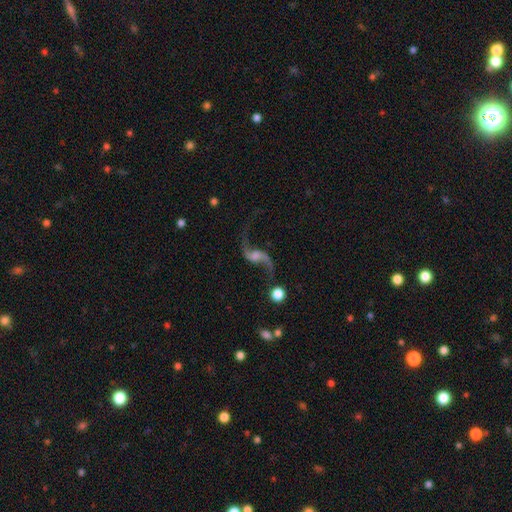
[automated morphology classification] Smooth or featured? featured or disk (89%)
Edge-on disk? no (95%)
Bar? no (49%)
Spiral arms? yes (96%)
Spiral winding? loose (93%)
Spiral arm count? 2 (94%)
Bulge size? small (36%)
Merging? none (72%)